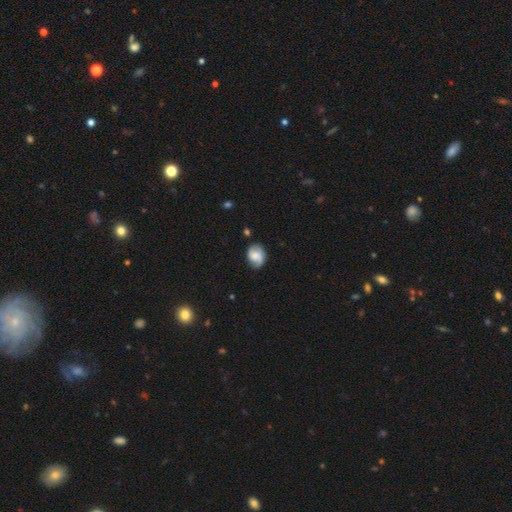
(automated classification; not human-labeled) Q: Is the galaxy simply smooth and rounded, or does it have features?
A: featured or disk — 46%, tied with smooth.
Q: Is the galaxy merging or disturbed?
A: none — 70%.